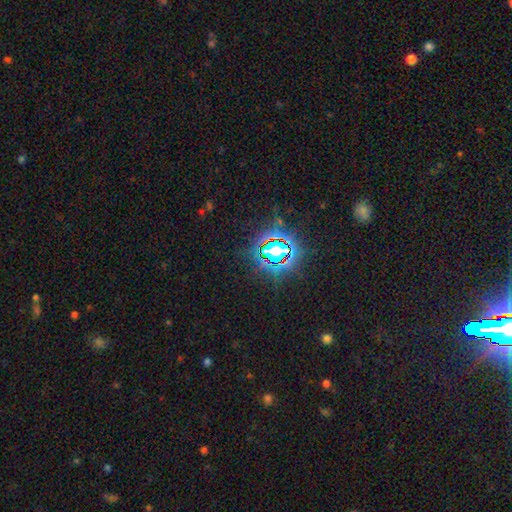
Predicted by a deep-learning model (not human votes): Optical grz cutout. It shows a star or artifact, not a galaxy (81%).